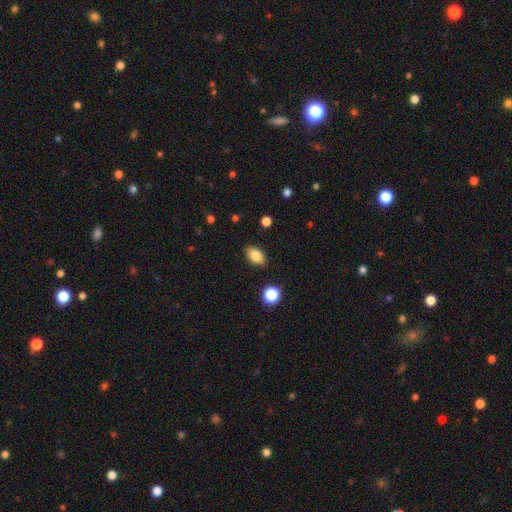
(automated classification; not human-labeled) Morphology: type=smooth (82%); roundness=in between (87%); merging=none (88%).